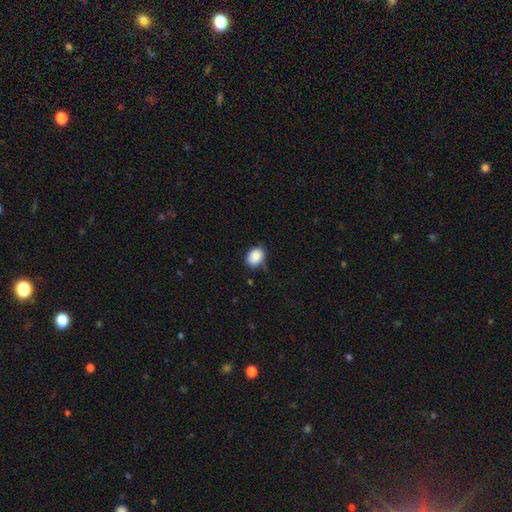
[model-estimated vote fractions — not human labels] Smooth or featured? smooth (87%)
How rounded? in between (62%)
Merging? none (72%)